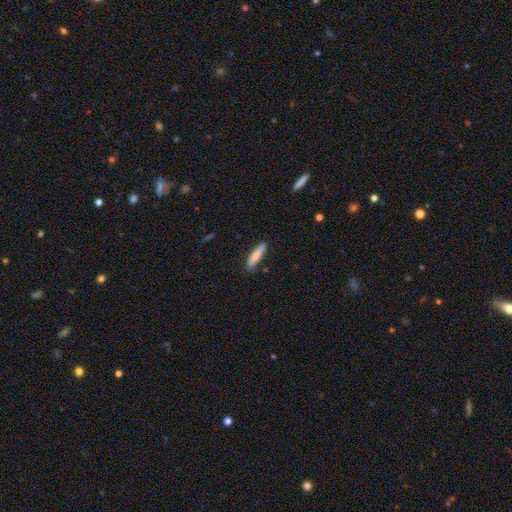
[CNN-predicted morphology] type=smooth (77%); roundness=cigar-shaped (80%); merging=none (85%).